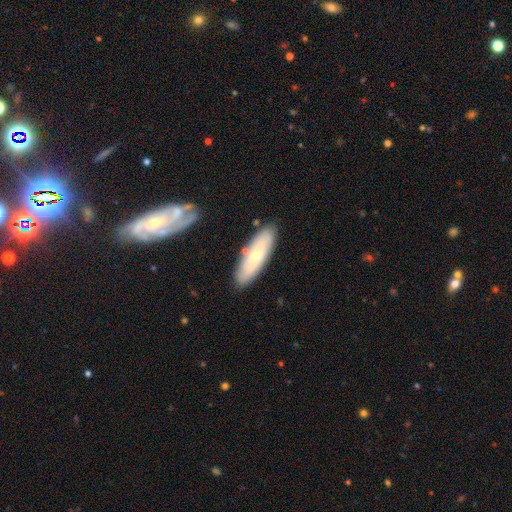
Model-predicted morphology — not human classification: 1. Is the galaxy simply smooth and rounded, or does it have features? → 56% smooth, 38% featured or disk, 6% star or artifact.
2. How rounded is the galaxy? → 50% in between, 47% cigar-shaped, 2% round.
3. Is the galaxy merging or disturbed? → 81% none, 12% minor disturbance, 5% merger, 3% major disturbance.